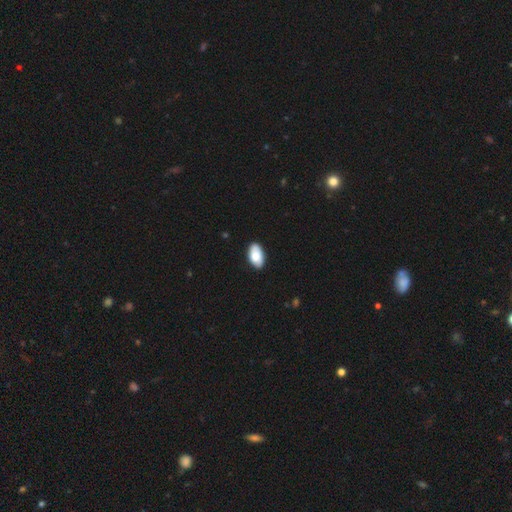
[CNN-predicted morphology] A smooth galaxy with no disk features (83%) that is in between round and cigar-shaped (95%).

Vote fractions:
- Smooth or featured? smooth: 83% / featured or disk: 11% / star or artifact: 6%
- How rounded? in between: 95% / round: 3% / cigar-shaped: 2%
- Merging? none: 86% / minor disturbance: 12% / major disturbance: 2% / merger: 1%